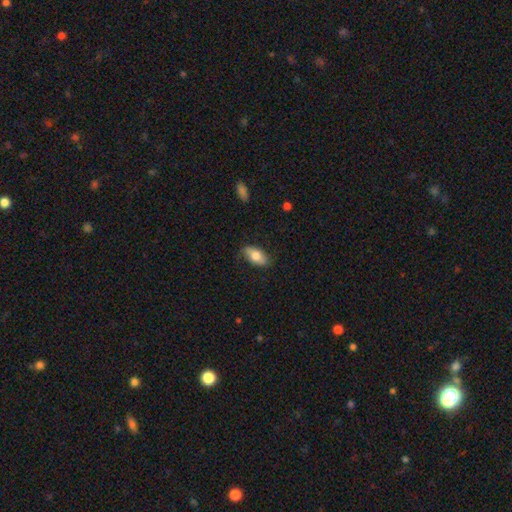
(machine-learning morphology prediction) A smooth galaxy with no disk features (75%) that is in between round and cigar-shaped (90%). Merging: none (80%).